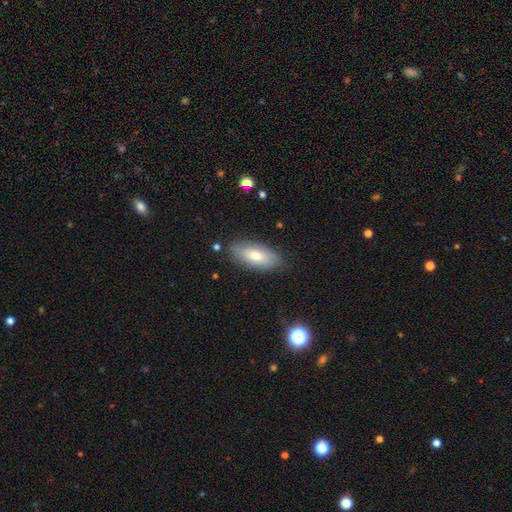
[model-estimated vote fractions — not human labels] This appears to be a smooth galaxy with no disk features (70%) that is in between round and cigar-shaped (87%). Merging: none (83%).